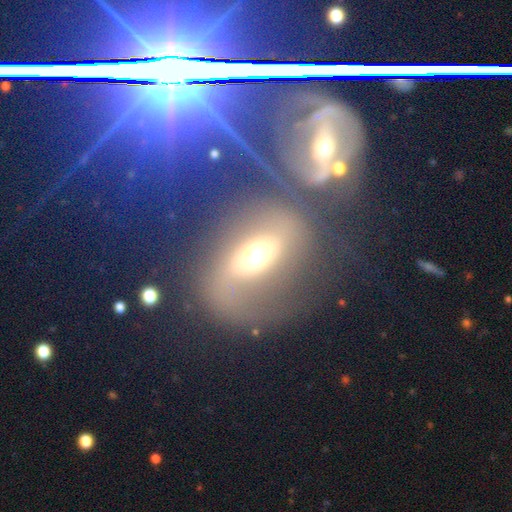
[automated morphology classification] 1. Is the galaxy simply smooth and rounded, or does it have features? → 51% featured or disk, 31% smooth, 18% star or artifact.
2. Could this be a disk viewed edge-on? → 88% no, 12% yes.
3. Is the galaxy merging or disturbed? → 55% none, 16% minor disturbance, 14% major disturbance, 14% merger.